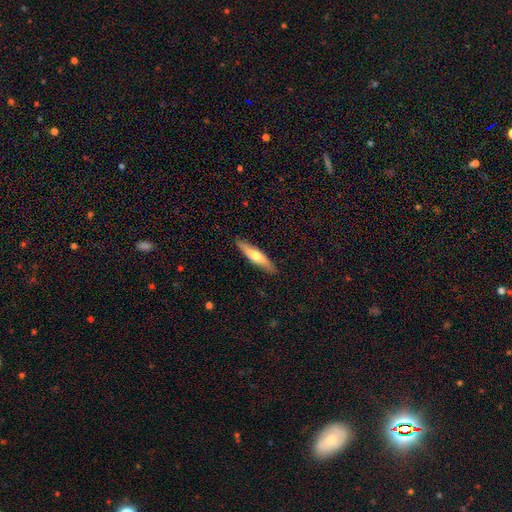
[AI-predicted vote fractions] Q: Smooth or featured?
A: smooth (54%); runner-up: featured or disk (41%)
Q: How rounded?
A: cigar-shaped (80%); runner-up: in between (18%)
Q: Merging?
A: none (89%); runner-up: minor disturbance (8%)